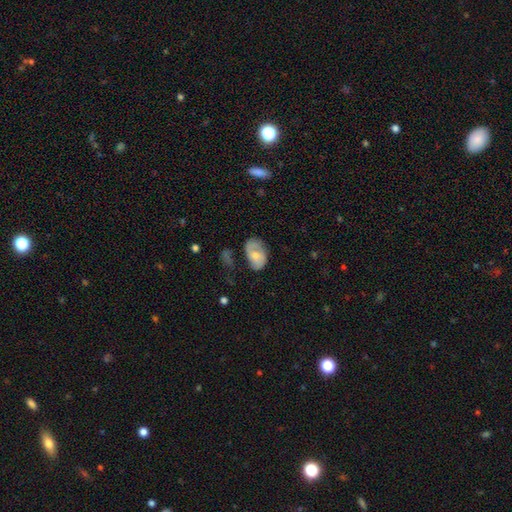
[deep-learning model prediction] Smooth or featured: smooth — 51% (featured or disk — 42%)
How rounded: in between — 87% (round — 12%)
Merging: none — 46% (minor disturbance — 32%)